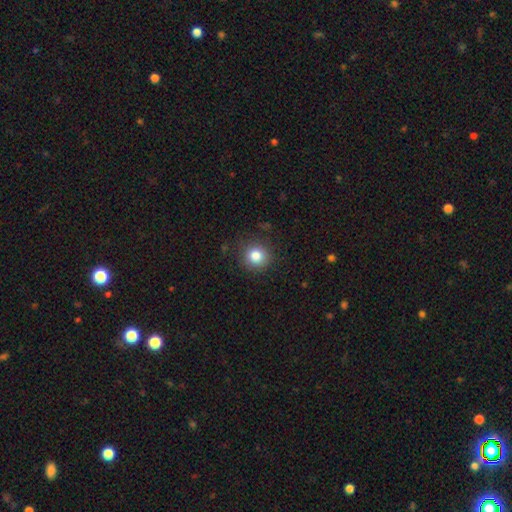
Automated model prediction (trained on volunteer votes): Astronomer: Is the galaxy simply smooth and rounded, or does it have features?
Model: smooth — 83%.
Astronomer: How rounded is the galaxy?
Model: round — 90%.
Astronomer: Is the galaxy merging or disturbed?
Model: none — 88%.